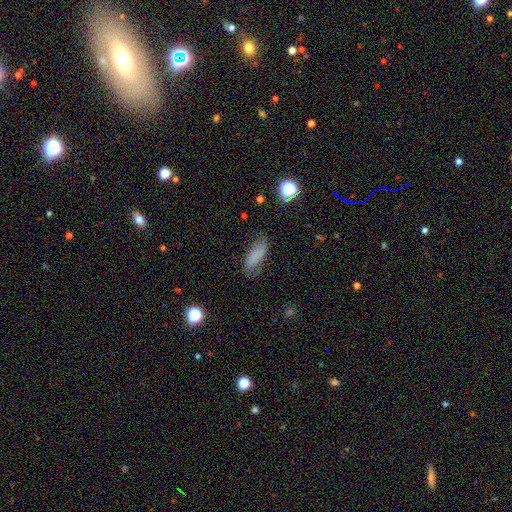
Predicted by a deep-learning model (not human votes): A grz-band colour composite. It shows a smooth galaxy with no disk features (75%) that is in between round and cigar-shaped (68%). Merging: none (71%).